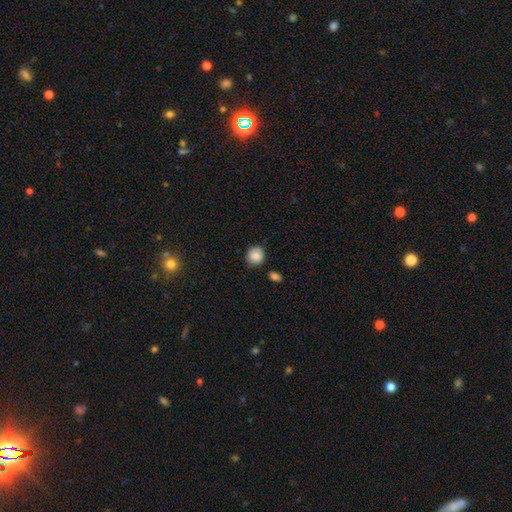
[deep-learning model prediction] Morphology: type=smooth (85%); roundness=round (87%); merging=none (84%).